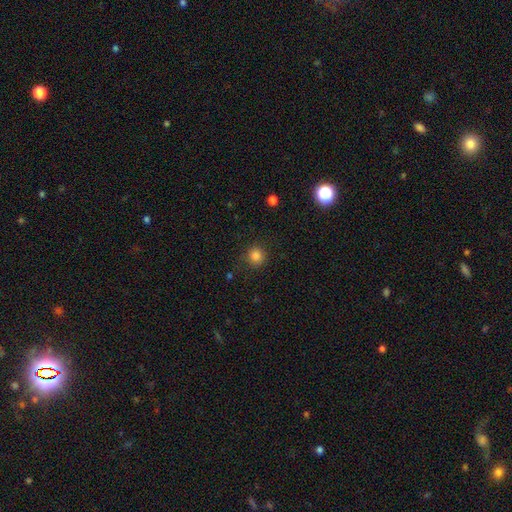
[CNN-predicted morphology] This is clearly a smooth galaxy (84%). How rounded: clearly round (89%). Merging: clearly none (86%).